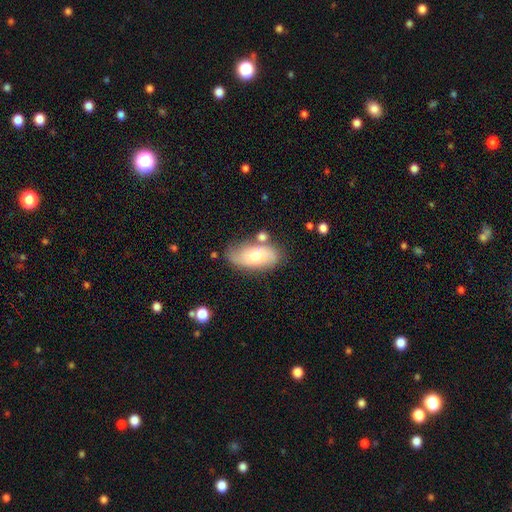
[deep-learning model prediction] smooth_or_featured: smooth (p=0.49) [alt: featured or disk p=0.44]
merging: none (p=0.64) [alt: minor disturbance p=0.20]